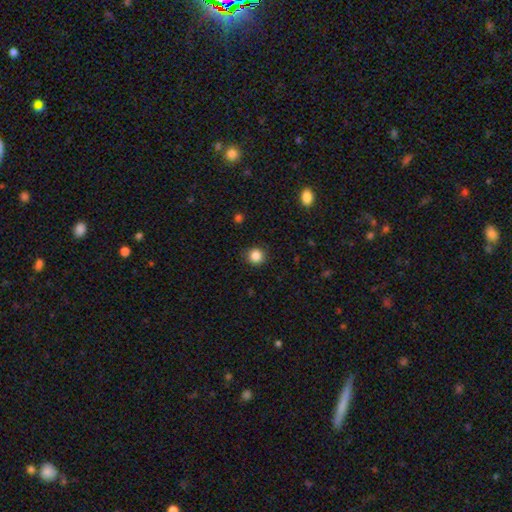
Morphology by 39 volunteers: smooth-or-featured: smooth: 92% | star or artifact: 8% | featured or disk: 0%
  how-rounded: round: 97% | in between: 3% | cigar-shaped: 0%
  merging: none: 97% | major disturbance: 3% | minor disturbance: 0% | merger: 0%